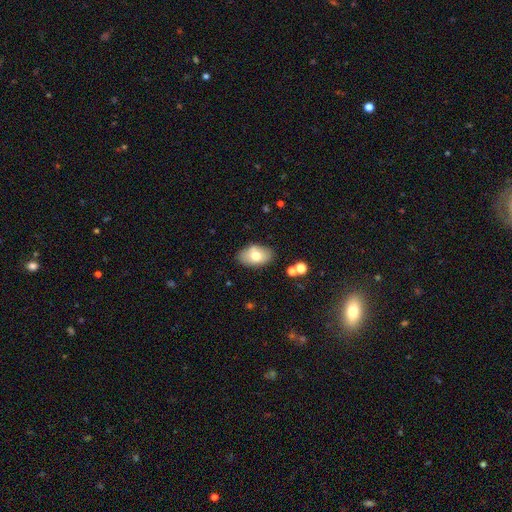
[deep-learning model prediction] Overall: smooth (73%). How rounded: in between (91%). Merging: none (81%).